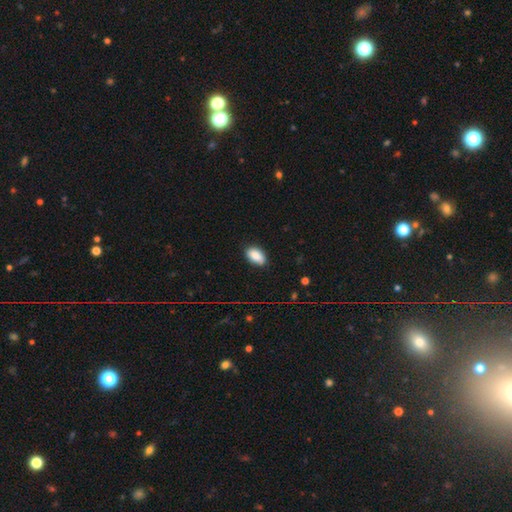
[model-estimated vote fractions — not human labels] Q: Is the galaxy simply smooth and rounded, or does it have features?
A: smooth — 87%.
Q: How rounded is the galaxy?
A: in between — 92%.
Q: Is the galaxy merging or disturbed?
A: none — 82%.